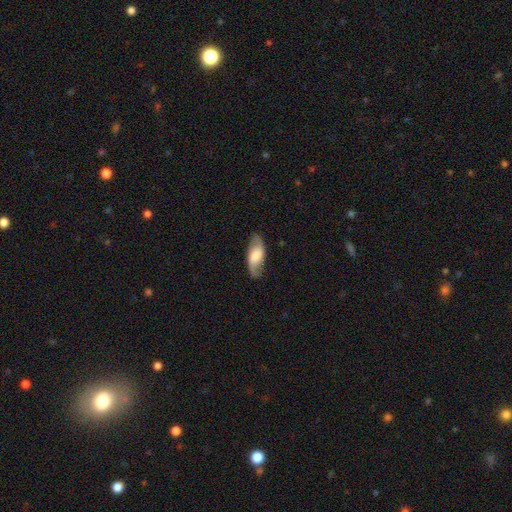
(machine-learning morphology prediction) A featured or disk galaxy (52%).

Vote fractions:
- Smooth or featured? featured or disk: 52% / smooth: 42% / star or artifact: 6%
- Edge-on disk? no: 87% / yes: 13%
- Merging? none: 81% / minor disturbance: 14% / major disturbance: 4% / merger: 1%